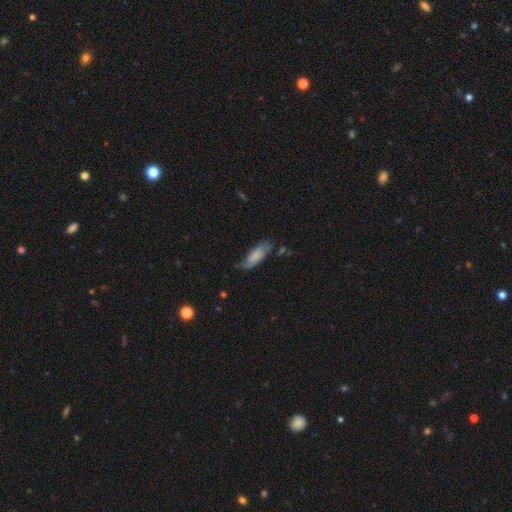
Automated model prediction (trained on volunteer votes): This is likely a smooth galaxy (61%). How rounded: likely in between (71%). Merging: possibly none (56%).